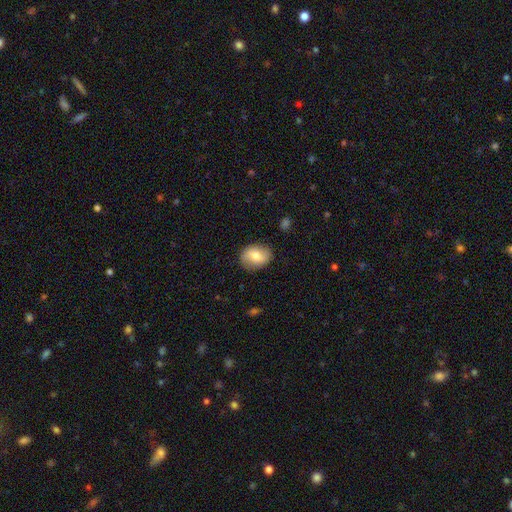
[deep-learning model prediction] A smooth galaxy with no disk features (70%) that is in between round and cigar-shaped (64%).

Vote fractions:
- Smooth or featured? smooth: 70% / featured or disk: 22% / star or artifact: 7%
- How rounded? in between: 64% / round: 34% / cigar-shaped: 1%
- Merging? none: 83% / minor disturbance: 13% / major disturbance: 3% / merger: 1%